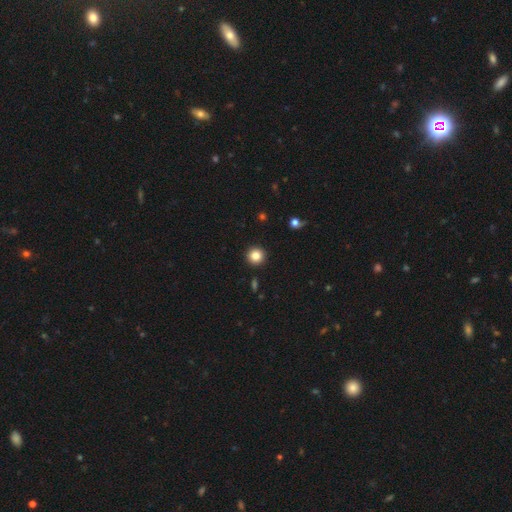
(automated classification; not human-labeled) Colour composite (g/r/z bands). It shows a smooth galaxy with no disk features (84%) that is round (95%). Merging: none (93%).